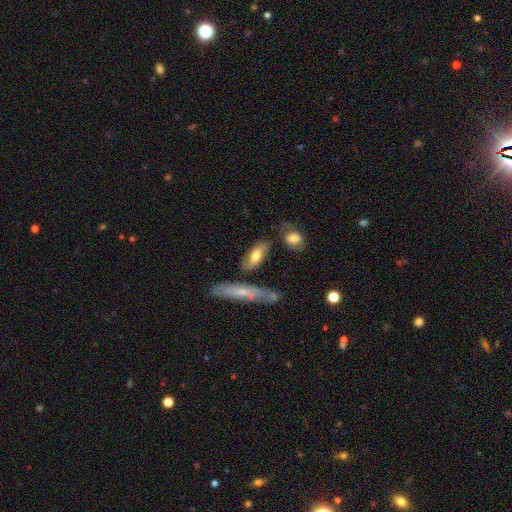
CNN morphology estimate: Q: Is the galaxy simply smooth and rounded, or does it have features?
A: smooth — 58%.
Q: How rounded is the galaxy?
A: in between — 63%.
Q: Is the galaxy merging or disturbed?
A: none — 66%.